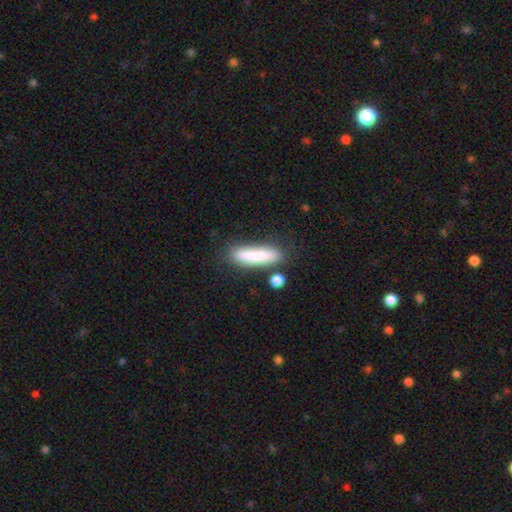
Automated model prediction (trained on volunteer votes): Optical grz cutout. It shows a smooth galaxy with no disk features (81%) that is cigar-shaped (75%). Merging: none (75%).